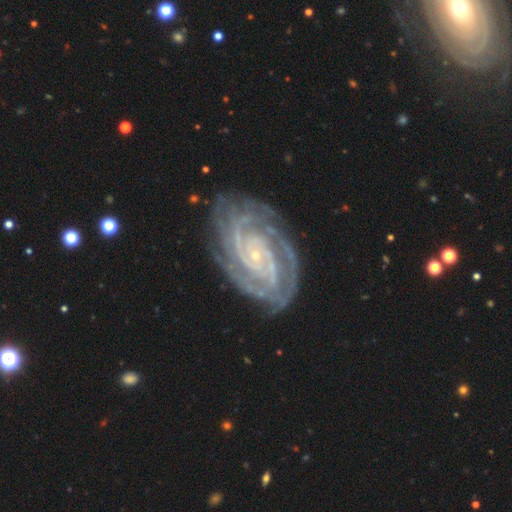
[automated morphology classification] Smooth or featured? Predicted: featured or disk (p=0.91). Edge-on disk? Predicted: no (p=0.97). Bar? Predicted: no (p=0.68). Spiral arms? Predicted: yes (p=0.98). Spiral winding? Predicted: tight (p=0.80). Spiral arm count? Predicted: 2 (p=0.26). Bulge size? Predicted: small (p=0.89). Merging? Predicted: none (p=0.79).